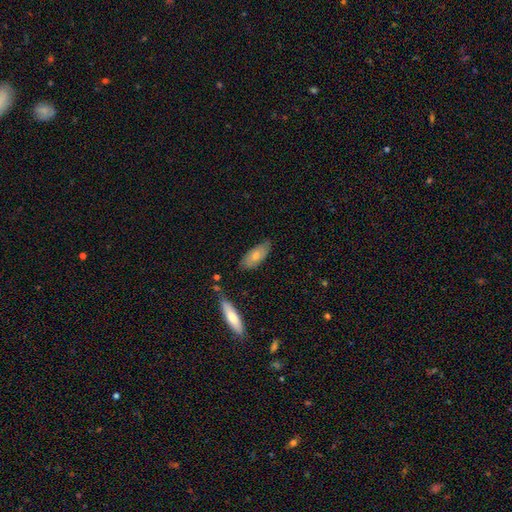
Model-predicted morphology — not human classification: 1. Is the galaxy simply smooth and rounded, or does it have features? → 68% smooth, 26% featured or disk, 6% star or artifact.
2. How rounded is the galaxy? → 81% in between, 17% cigar-shaped, 2% round.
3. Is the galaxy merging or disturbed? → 75% none, 19% minor disturbance, 3% major disturbance, 2% merger.